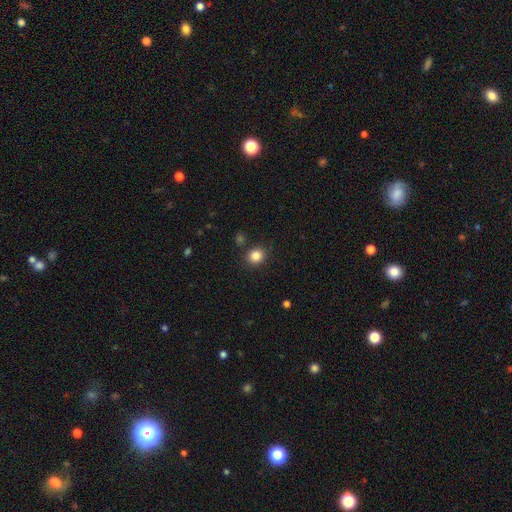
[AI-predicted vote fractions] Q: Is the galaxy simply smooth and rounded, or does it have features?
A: smooth — 85%.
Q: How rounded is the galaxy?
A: round — 79%.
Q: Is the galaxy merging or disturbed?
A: none — 86%.